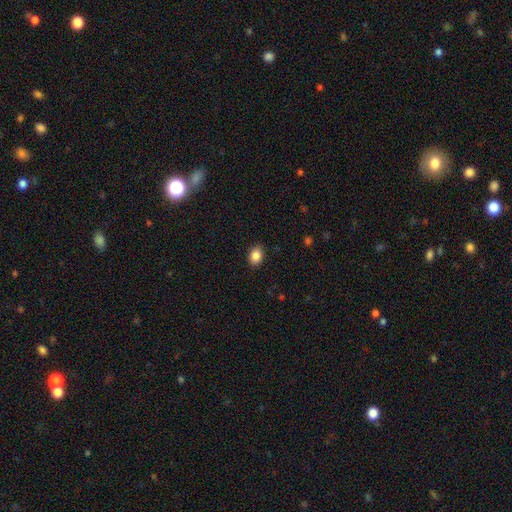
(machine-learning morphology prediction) smooth 86%, star or artifact 9%, featured or disk 5%. Down the decision tree: how rounded — in between (73%); merging — none (88%).